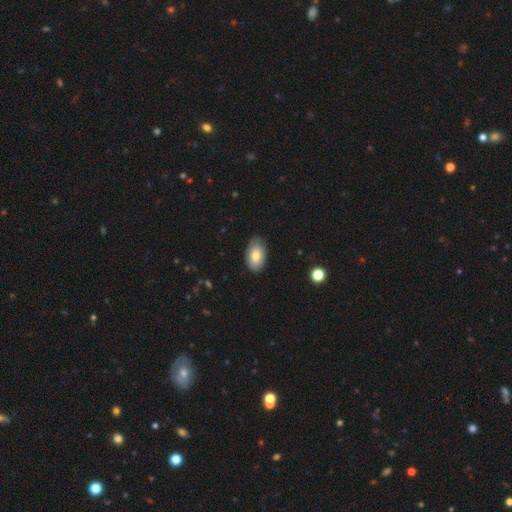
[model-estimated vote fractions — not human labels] Q: Smooth or featured?
A: smooth (75%); runner-up: featured or disk (19%)
Q: How rounded?
A: in between (92%); runner-up: round (6%)
Q: Merging?
A: none (80%); runner-up: minor disturbance (16%)